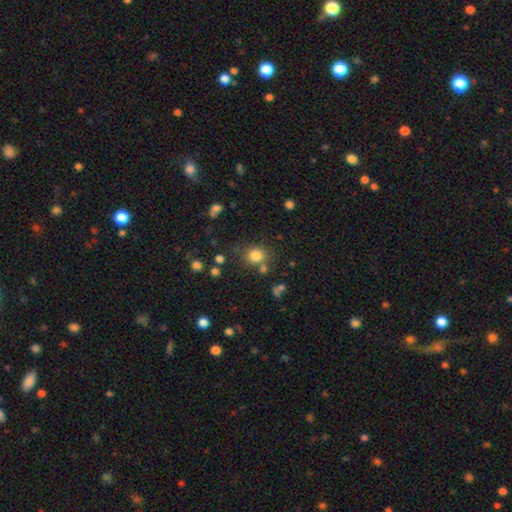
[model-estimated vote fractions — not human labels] This appears to be a smooth galaxy with no disk features (80%) that is round (85%). Merging: none (74%).